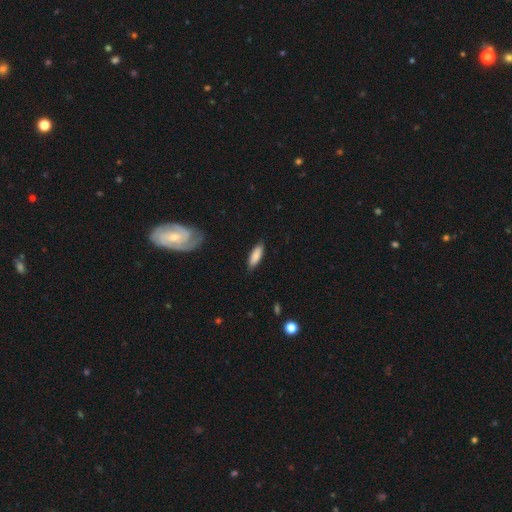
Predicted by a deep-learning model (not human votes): Smooth or featured? Predicted: smooth (p=0.86). How rounded? Predicted: in between (p=0.55). Merging? Predicted: none (p=0.86).